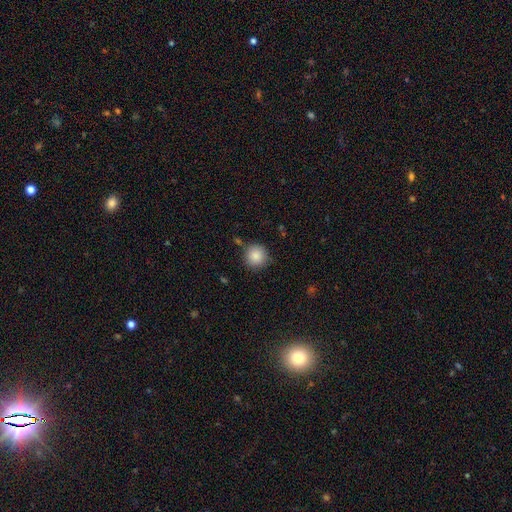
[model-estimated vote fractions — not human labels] A smooth galaxy with no disk features (87%) that is round (94%). Merging: none (83%).